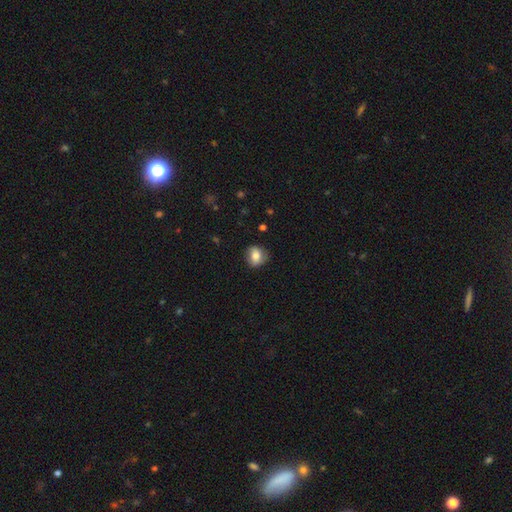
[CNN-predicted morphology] Smooth or featured? Predicted: smooth (p=0.74). How rounded? Predicted: round (p=0.69). Merging? Predicted: none (p=0.78).